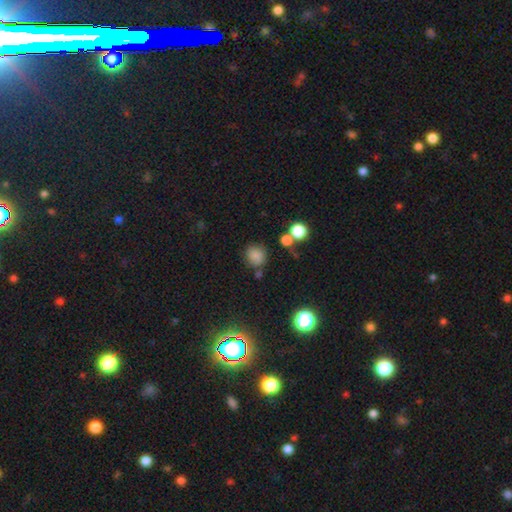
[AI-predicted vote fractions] smooth-or-featured: smooth: 79% | star or artifact: 15% | featured or disk: 6%
  how-rounded: round: 81% | in between: 18% | cigar-shaped: 1%
  merging: none: 70% | minor disturbance: 15% | merger: 9% | major disturbance: 5%